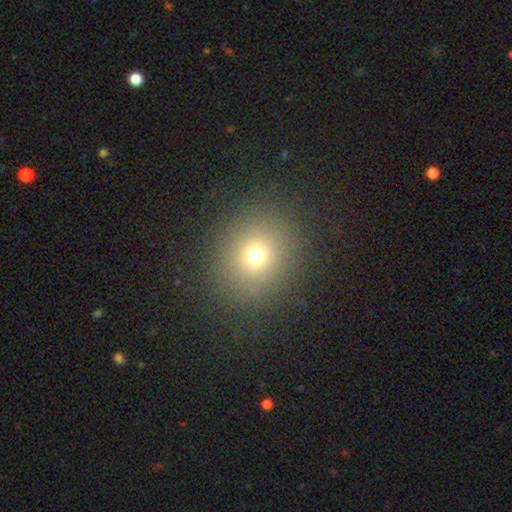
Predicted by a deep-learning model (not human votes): Smooth or featured? smooth (69%)
How rounded? round (81%)
Merging? none (87%)